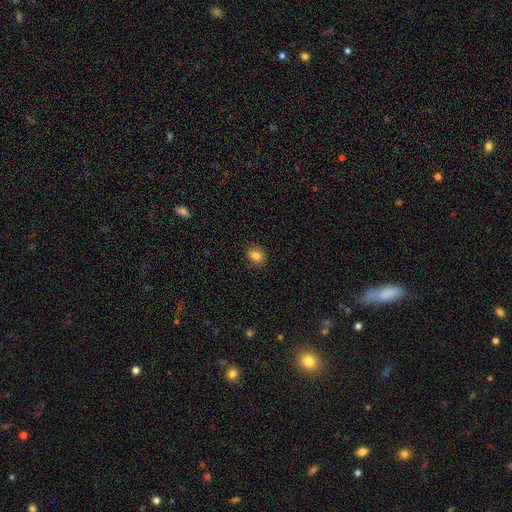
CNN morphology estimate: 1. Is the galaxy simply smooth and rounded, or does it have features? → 83% smooth, 11% star or artifact, 6% featured or disk.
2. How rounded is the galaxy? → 50% round, 49% in between, 1% cigar-shaped.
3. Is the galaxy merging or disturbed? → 86% none, 10% minor disturbance, 2% major disturbance, 1% merger.